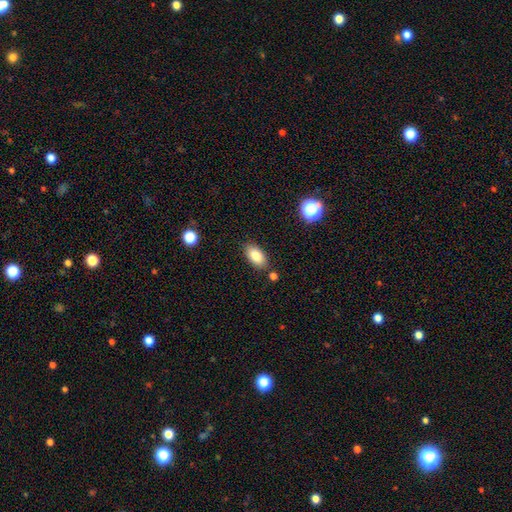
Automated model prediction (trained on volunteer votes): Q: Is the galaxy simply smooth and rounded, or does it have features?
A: smooth — 84%.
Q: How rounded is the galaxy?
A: in between — 92%.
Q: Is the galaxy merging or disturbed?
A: none — 82%.